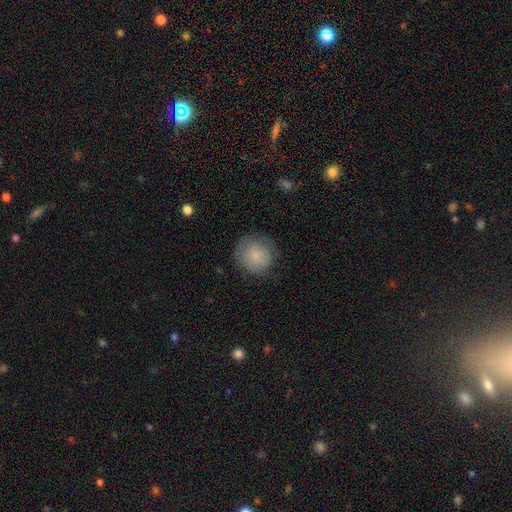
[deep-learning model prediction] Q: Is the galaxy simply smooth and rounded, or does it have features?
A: smooth — 83%.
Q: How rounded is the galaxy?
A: round — 93%.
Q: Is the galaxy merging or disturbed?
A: none — 78%.